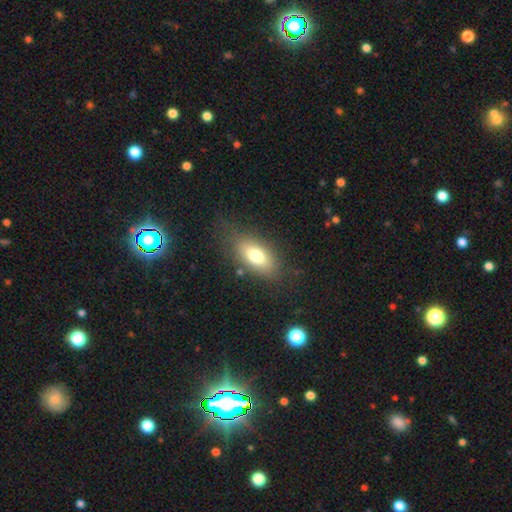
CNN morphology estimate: This is likely a smooth galaxy (73%). How rounded: clearly in between (87%). Merging: likely none (73%).